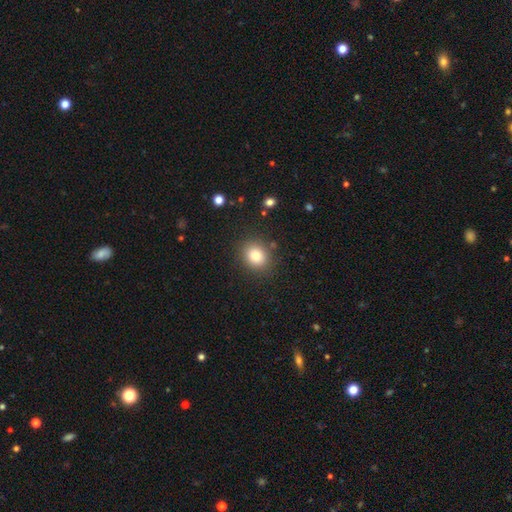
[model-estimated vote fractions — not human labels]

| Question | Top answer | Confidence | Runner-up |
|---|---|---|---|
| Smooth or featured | smooth | 81% | star or artifact (11%) |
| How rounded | round | 66% | in between (33%) |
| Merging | none | 86% | minor disturbance (9%) |